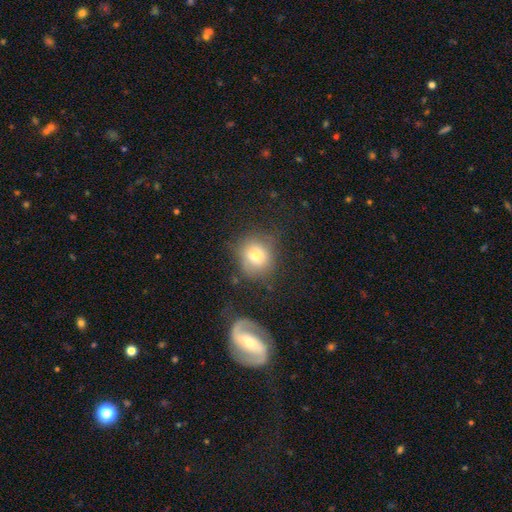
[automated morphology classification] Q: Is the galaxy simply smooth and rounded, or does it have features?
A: smooth — 72%.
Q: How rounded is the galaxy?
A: round — 84%.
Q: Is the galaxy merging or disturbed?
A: none — 68%.